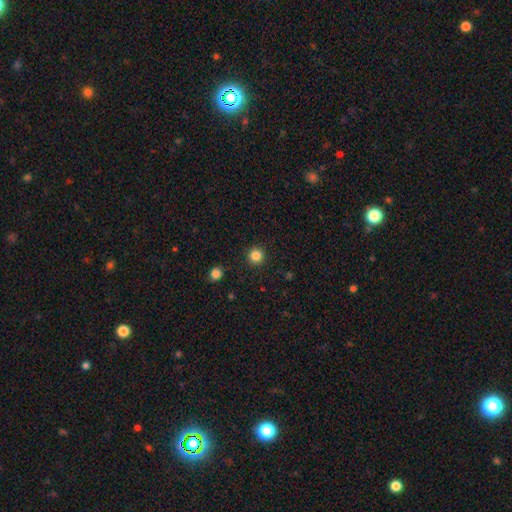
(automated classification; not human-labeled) Overall: smooth (84%). How rounded: round (95%). Merging: none (92%).